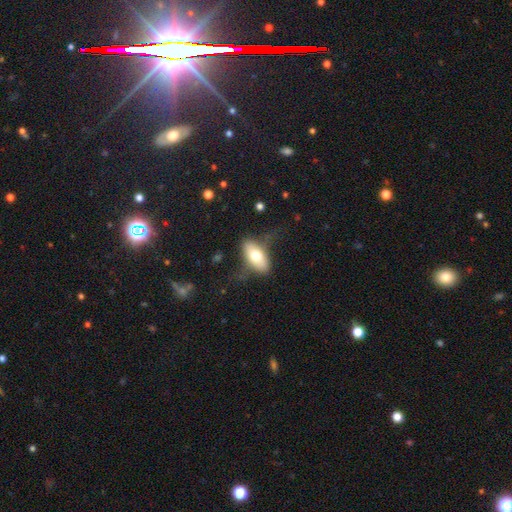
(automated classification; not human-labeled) This appears to be a smooth galaxy with no disk features (67%) that is in between round and cigar-shaped (89%). Merging: none (63%).